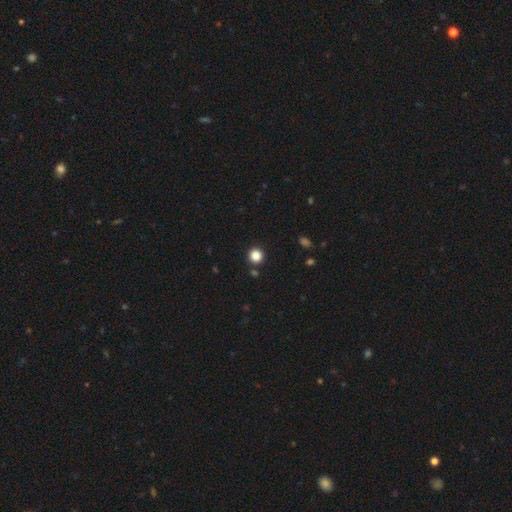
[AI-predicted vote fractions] smooth_or_featured: smooth (p=0.85) [alt: star or artifact p=0.12]
how_rounded: round (p=0.94) [alt: in between p=0.05]
merging: none (p=0.89) [alt: minor disturbance p=0.05]